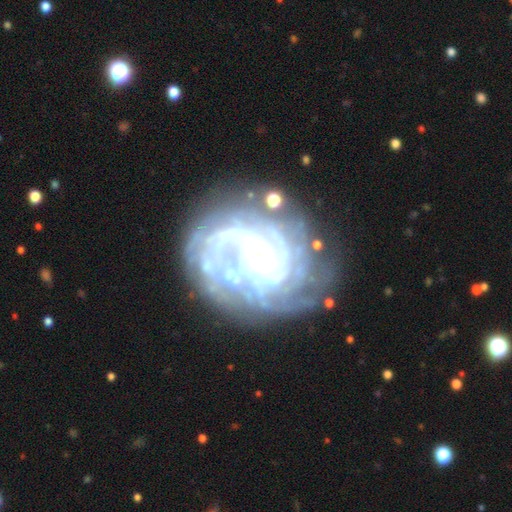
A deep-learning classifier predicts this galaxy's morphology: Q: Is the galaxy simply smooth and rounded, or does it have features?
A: featured or disk — 88%.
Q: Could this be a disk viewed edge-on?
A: no — 98%.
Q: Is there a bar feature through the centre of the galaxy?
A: no — 60%.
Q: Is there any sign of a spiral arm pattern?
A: yes — 97%.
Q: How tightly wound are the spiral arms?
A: tight — 65%.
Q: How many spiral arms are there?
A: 3 — 23%.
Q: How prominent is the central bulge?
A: small — 70%.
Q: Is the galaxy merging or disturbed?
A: none — 66%.